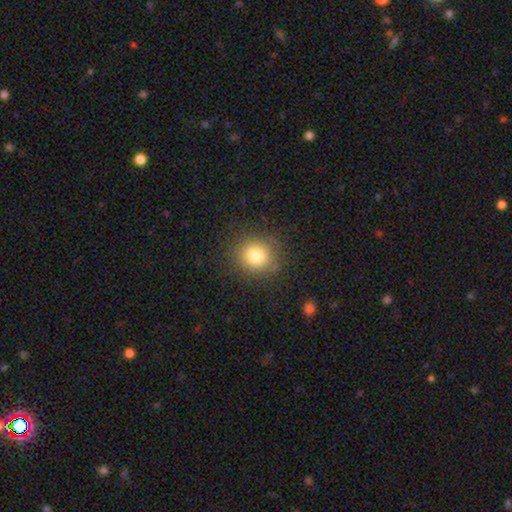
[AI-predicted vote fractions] This is likely a smooth galaxy (78%). How rounded: clearly round (87%). Merging: clearly none (86%).